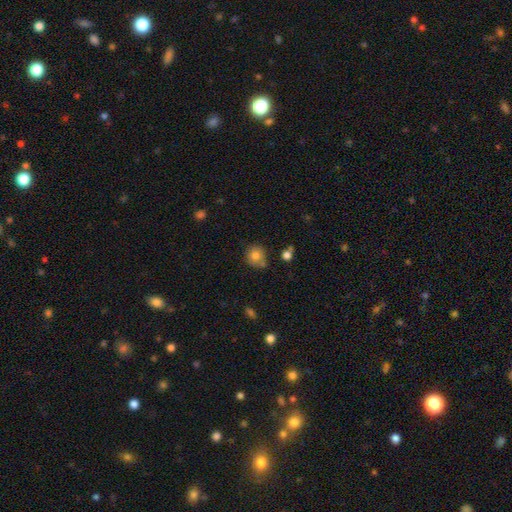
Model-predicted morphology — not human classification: smooth-or-featured: smooth: 81% | star or artifact: 10% | featured or disk: 9%
  how-rounded: round: 85% | in between: 14% | cigar-shaped: 1%
  merging: none: 69% | minor disturbance: 17% | merger: 10% | major disturbance: 4%